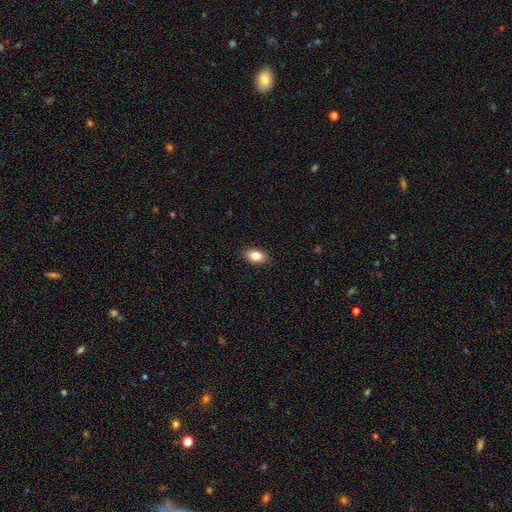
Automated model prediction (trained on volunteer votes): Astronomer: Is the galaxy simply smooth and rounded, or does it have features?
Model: smooth — 83%.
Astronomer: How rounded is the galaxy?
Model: in between — 89%.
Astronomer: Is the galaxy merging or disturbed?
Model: none — 89%.